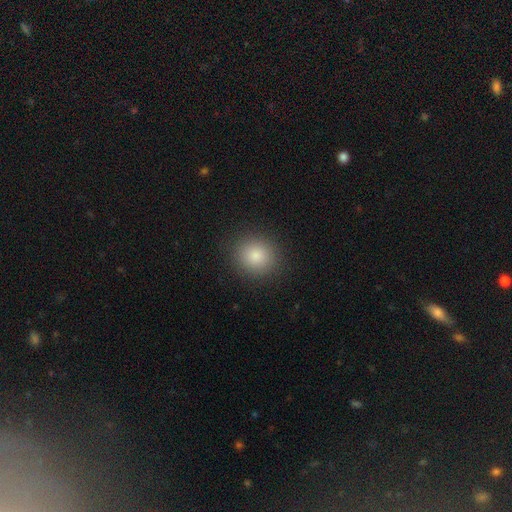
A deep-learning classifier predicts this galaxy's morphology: The model was most divided on "how rounded": round: 86%, in between: 13%, cigar-shaped: 1%. More confident: merging — none (90%); smooth or featured — smooth (85%).